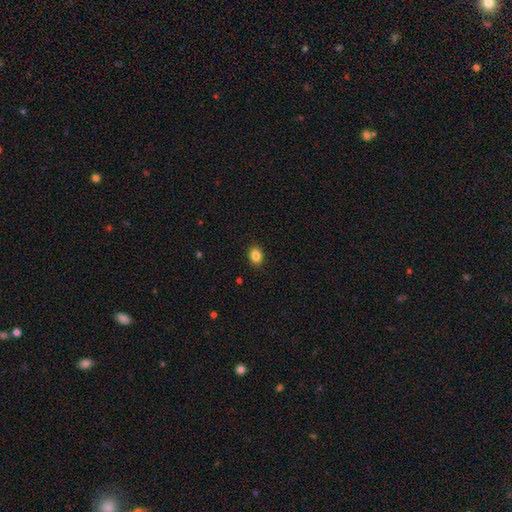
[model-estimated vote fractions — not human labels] A smooth galaxy with no disk features (85%) that is in between round and cigar-shaped (61%). Merging: none (90%).